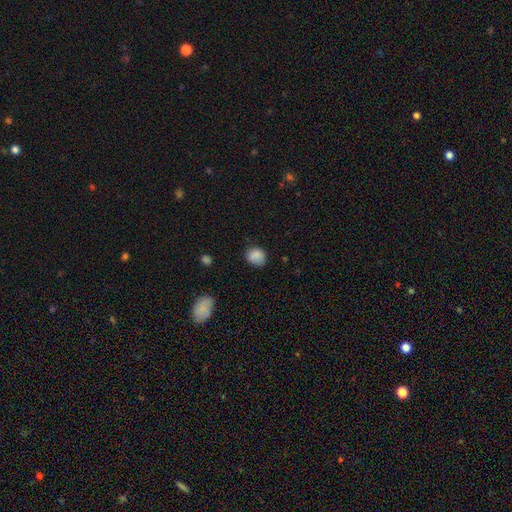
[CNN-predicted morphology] Smooth or featured? Predicted: smooth (p=0.86). How rounded? Predicted: round (p=0.67). Merging? Predicted: none (p=0.71).